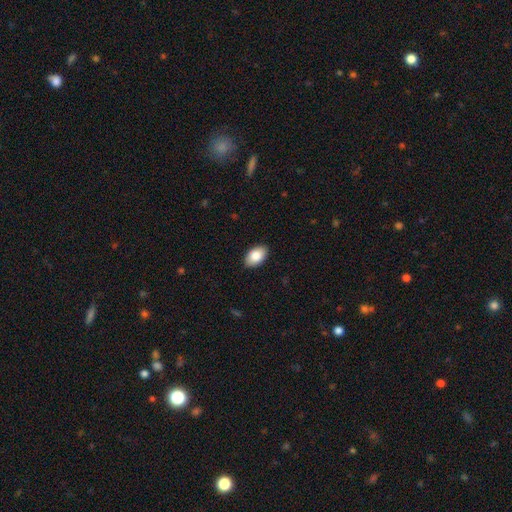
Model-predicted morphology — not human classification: Smooth or featured? Predicted: smooth (p=0.85). How rounded? Predicted: in between (p=0.93). Merging? Predicted: none (p=0.89).